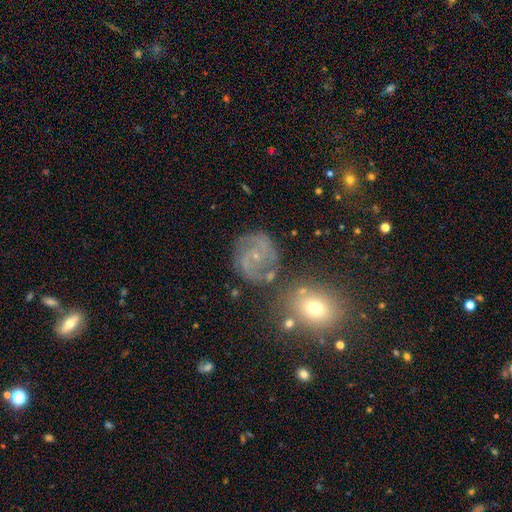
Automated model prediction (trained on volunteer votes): This appears to be a featured or disk galaxy (77%) with no bar (56%), 2 (67%) medium (48%) spiral arms (94%) and a small central bulge (83%). Merging: none (73%).